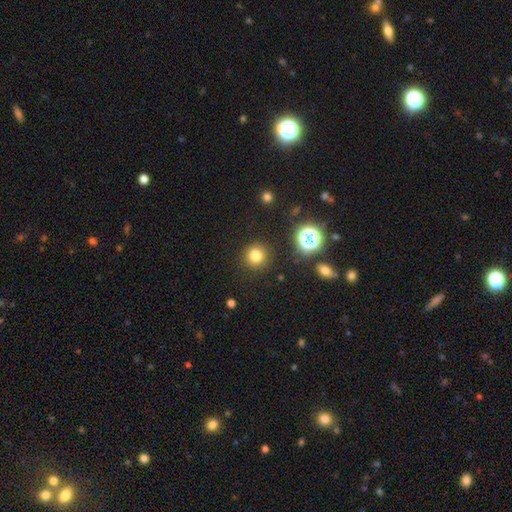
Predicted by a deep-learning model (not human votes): This appears to be a smooth galaxy with no disk features (78%) that is round (89%). Merging: none (87%).